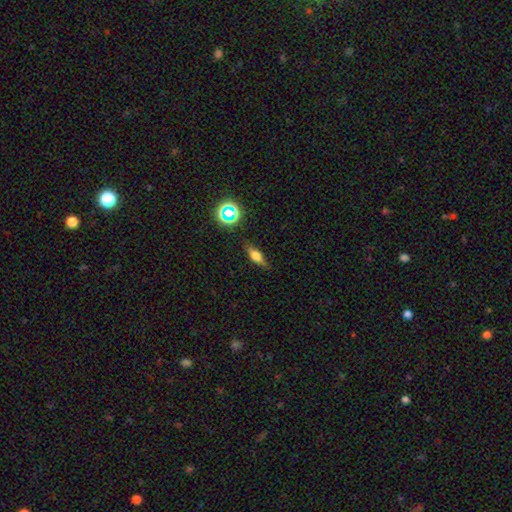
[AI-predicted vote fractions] A smooth galaxy with no disk features (56%) that is in between round and cigar-shaped (58%). Merging: none (79%).